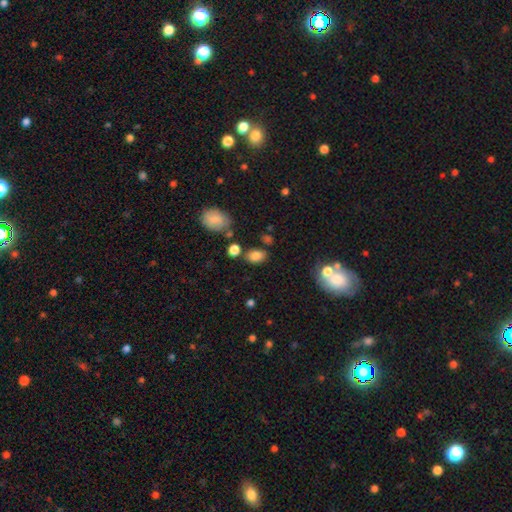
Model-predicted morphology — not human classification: smooth-or-featured: smooth: 81% | star or artifact: 12% | featured or disk: 7%
  how-rounded: in between: 79% | round: 20% | cigar-shaped: 2%
  merging: none: 76% | minor disturbance: 13% | merger: 7% | major disturbance: 4%